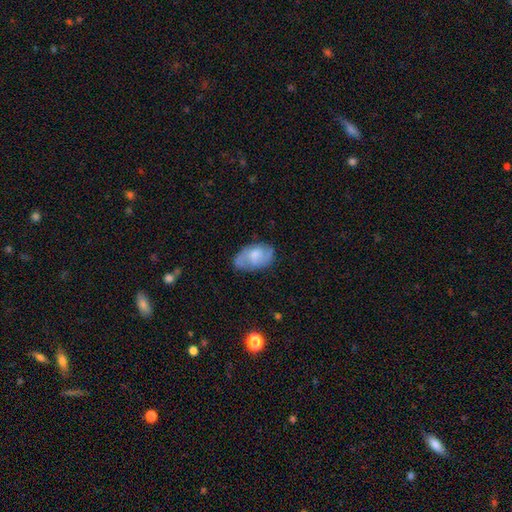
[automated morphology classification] type=featured or disk (51%); edge-on=no (95%); merging=none (66%).